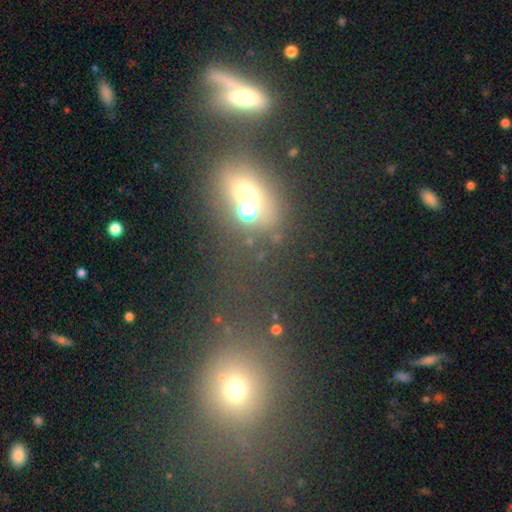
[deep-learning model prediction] smooth_or_featured: smooth (p=0.46) [alt: star or artifact p=0.36]
merging: merger (p=0.44) [alt: none p=0.37]